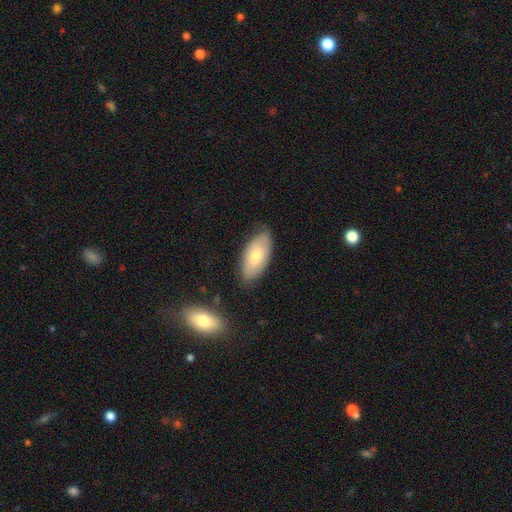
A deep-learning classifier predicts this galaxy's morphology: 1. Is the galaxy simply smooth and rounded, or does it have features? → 70% smooth, 24% featured or disk, 6% star or artifact.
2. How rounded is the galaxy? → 91% in between, 6% cigar-shaped, 2% round.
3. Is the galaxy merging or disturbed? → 79% none, 16% minor disturbance, 3% major disturbance, 2% merger.